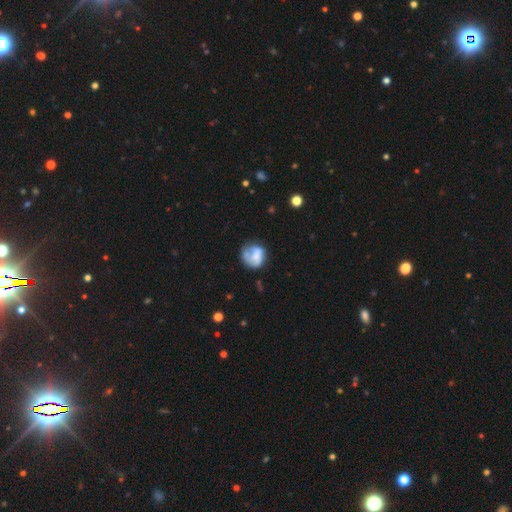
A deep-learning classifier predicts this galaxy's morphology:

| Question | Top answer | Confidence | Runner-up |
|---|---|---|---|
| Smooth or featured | smooth | 56% | featured or disk (36%) |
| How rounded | round | 72% | in between (27%) |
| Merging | none | 44% | minor disturbance (26%) |